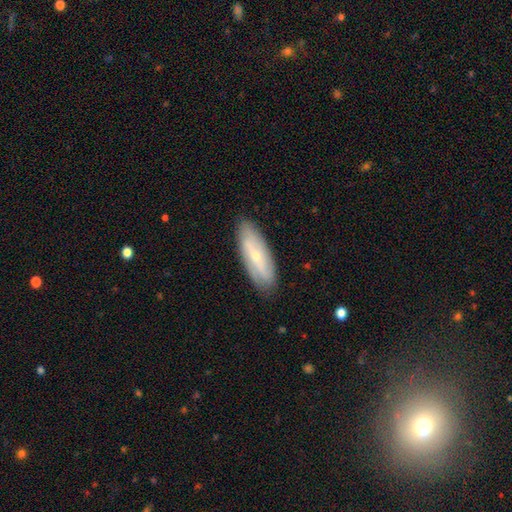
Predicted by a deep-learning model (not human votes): Smooth or featured: featured or disk — 57% (smooth — 36%)
Edge-on disk: no — 72% (yes — 28%)
Merging: none — 85% (minor disturbance — 11%)